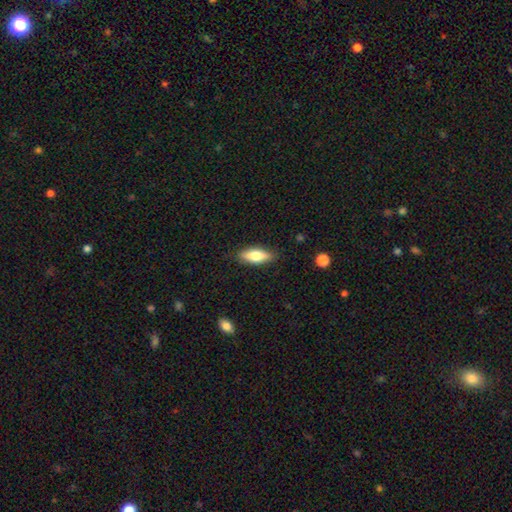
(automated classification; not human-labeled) Morphology: type=smooth (68%); roundness=in between (70%); merging=none (85%).